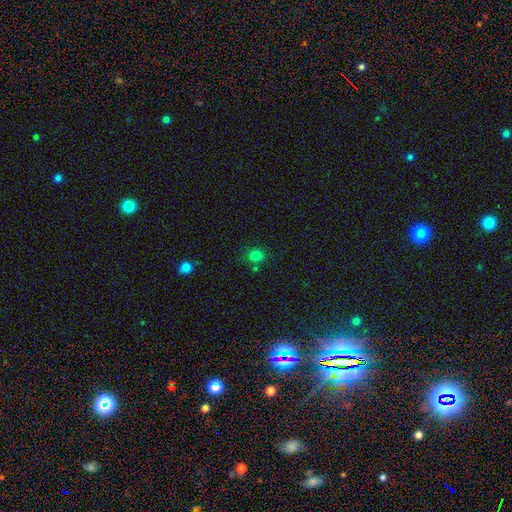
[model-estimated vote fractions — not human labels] Q: Smooth or featured?
A: smooth (79%); runner-up: star or artifact (16%)
Q: How rounded?
A: round (79%); runner-up: in between (20%)
Q: Merging?
A: none (75%); runner-up: minor disturbance (12%)